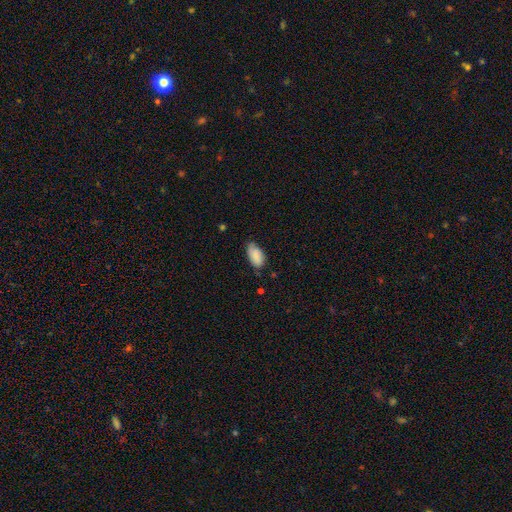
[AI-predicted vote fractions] Smooth or featured?
  - smooth: 83% *
  - featured or disk: 10%
  - star or artifact: 7%
How rounded?
  - in between: 94% *
  - round: 3%
  - cigar-shaped: 3%
Merging?
  - none: 61% *
  - minor disturbance: 31%
  - major disturbance: 6%
  - merger: 2%